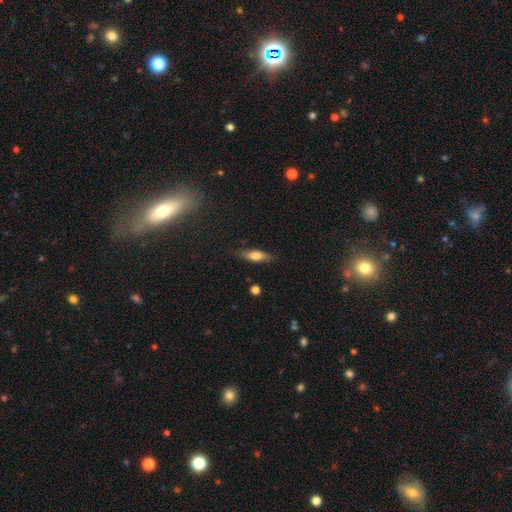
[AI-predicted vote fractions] Q: Smooth or featured?
A: smooth (69%); runner-up: featured or disk (24%)
Q: How rounded?
A: in between (55%); runner-up: cigar-shaped (42%)
Q: Merging?
A: none (80%); runner-up: minor disturbance (15%)